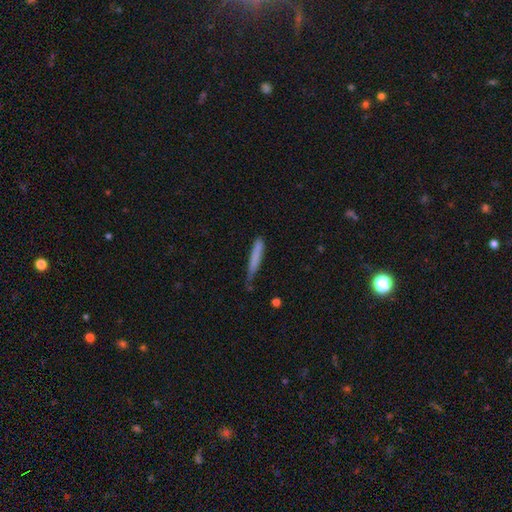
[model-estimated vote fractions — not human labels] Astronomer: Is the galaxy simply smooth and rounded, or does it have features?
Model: smooth — 75%.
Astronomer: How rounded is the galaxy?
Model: cigar-shaped — 95%.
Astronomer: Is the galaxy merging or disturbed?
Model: none — 62%.